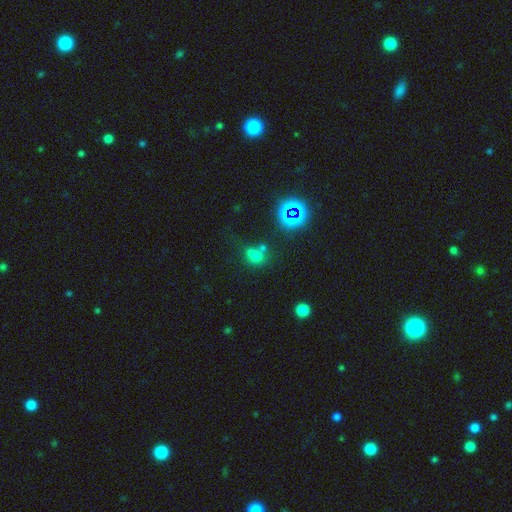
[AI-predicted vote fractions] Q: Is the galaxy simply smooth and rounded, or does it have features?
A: smooth — 58%.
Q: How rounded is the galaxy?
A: round — 53%.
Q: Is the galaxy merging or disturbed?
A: none — 49%.